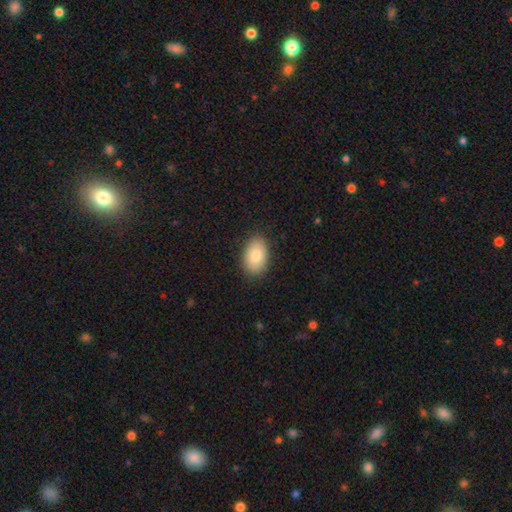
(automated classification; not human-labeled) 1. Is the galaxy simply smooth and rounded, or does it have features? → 83% smooth, 10% featured or disk, 7% star or artifact.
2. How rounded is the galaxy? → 89% in between, 9% round, 1% cigar-shaped.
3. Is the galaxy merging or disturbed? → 87% none, 10% minor disturbance, 2% major disturbance, 1% merger.